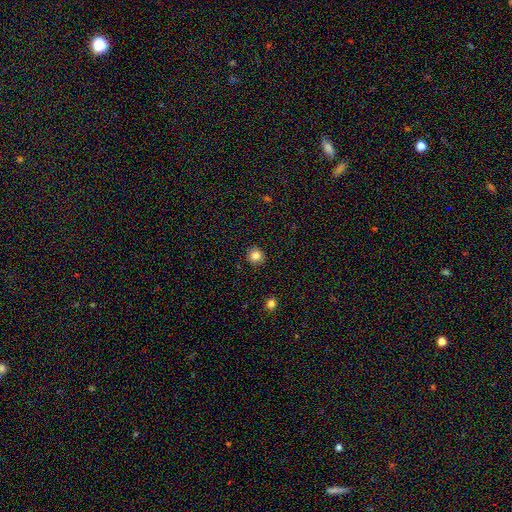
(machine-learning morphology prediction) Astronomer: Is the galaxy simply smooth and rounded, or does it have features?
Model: smooth — 84%.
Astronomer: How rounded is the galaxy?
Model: round — 90%.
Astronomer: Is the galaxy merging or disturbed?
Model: none — 91%.